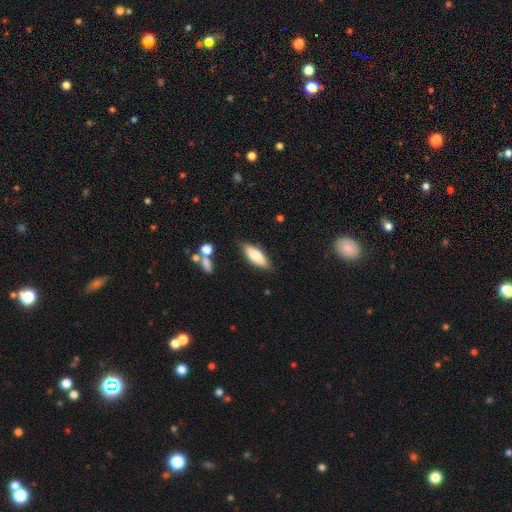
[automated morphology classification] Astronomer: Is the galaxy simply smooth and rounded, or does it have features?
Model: smooth — 72%.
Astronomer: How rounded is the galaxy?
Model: in between — 57% (runner-up: cigar-shaped, 41%).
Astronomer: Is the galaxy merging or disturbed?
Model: none — 82%.